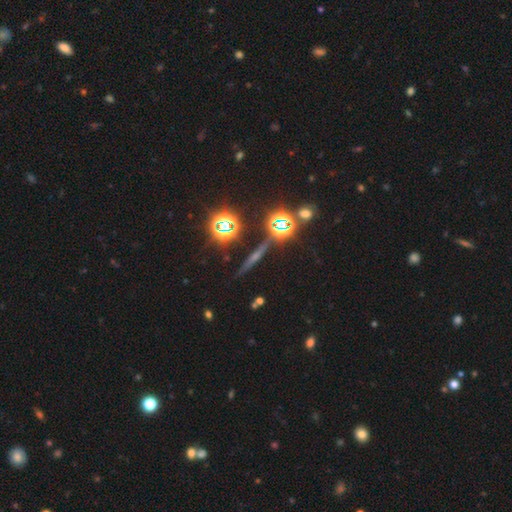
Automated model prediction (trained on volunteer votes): The model was most divided on "smooth or featured": star or artifact: 41%, featured or disk: 38%, smooth: 22%.